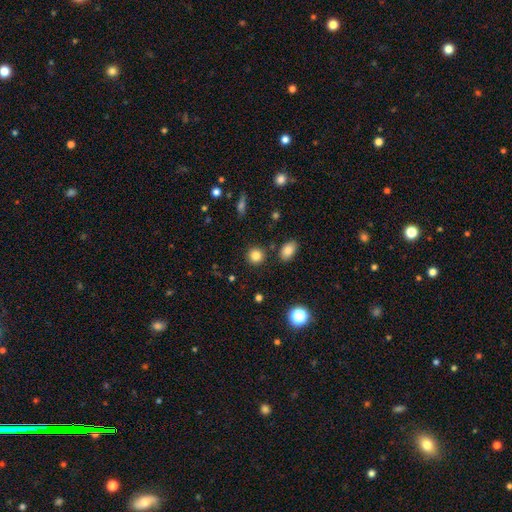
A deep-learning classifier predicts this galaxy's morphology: type=smooth (84%); roundness=round (90%); merging=none (88%).